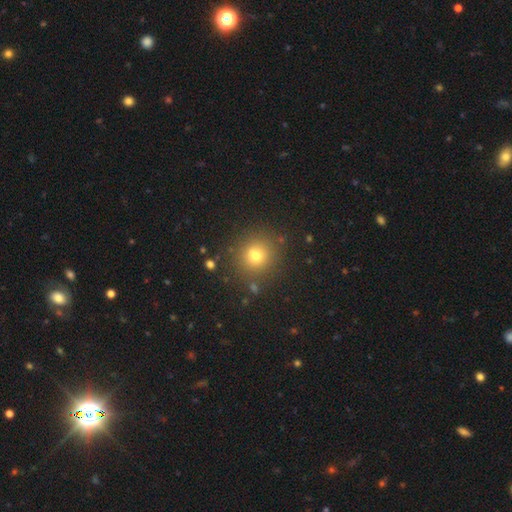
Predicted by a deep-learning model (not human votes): This appears to be a smooth galaxy with no disk features (72%) that is round (88%). Merging: none (83%).